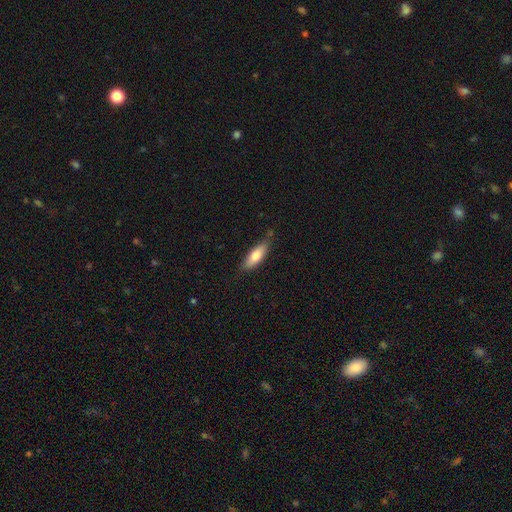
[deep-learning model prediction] Smooth or featured?
  - smooth: 76% *
  - featured or disk: 18%
  - star or artifact: 6%
How rounded?
  - in between: 59% *
  - cigar-shaped: 39%
  - round: 2%
Merging?
  - none: 74% *
  - minor disturbance: 20%
  - major disturbance: 3%
  - merger: 2%